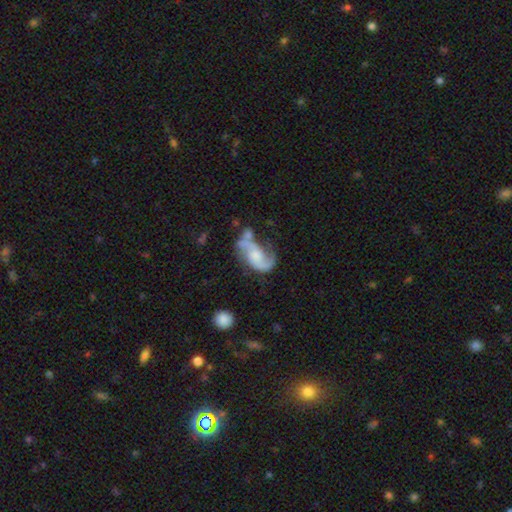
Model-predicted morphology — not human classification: Q: Smooth or featured?
A: featured or disk (80%); runner-up: smooth (14%)
Q: Edge-on disk?
A: no (97%); runner-up: yes (3%)
Q: Bar?
A: no (57%); runner-up: weak (35%)
Q: Spiral arms?
A: yes (93%); runner-up: no (7%)
Q: Spiral winding?
A: loose (55%); runner-up: medium (36%)
Q: Spiral arm count?
A: 2 (87%); runner-up: 1 (5%)
Q: Bulge size?
A: moderate (39%); tied with: small (39%)
Q: Merging?
A: none (43%); runner-up: minor disturbance (22%)